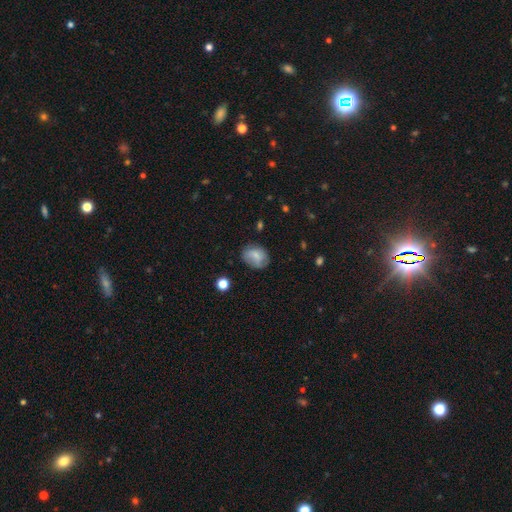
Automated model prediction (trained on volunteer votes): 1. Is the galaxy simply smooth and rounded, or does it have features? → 71% smooth, 20% featured or disk, 9% star or artifact.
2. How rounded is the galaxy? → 57% in between, 42% round, 1% cigar-shaped.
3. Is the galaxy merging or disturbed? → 65% none, 25% minor disturbance, 8% major disturbance, 2% merger.